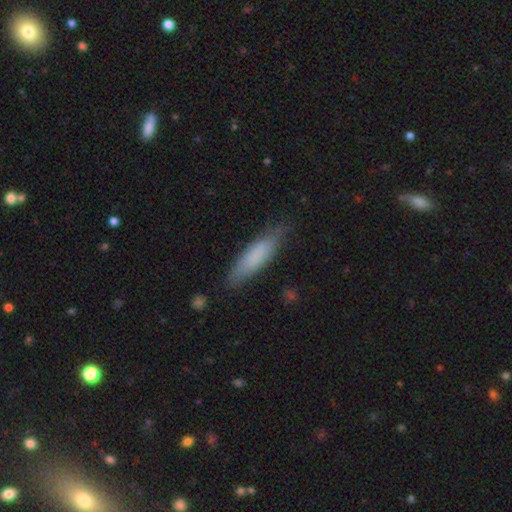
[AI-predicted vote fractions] Overall: smooth (75%). How rounded: cigar-shaped (70%). Merging: none (77%).